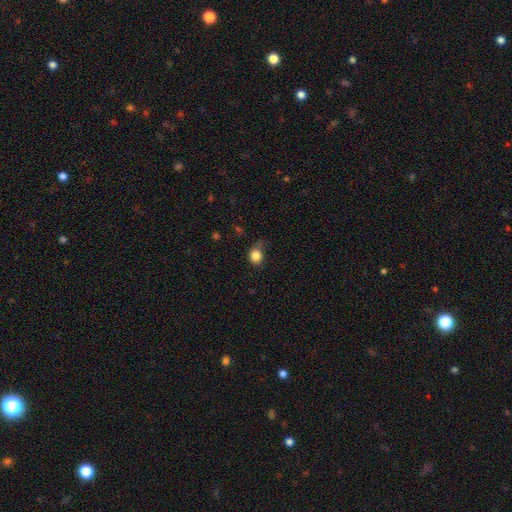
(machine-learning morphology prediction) Smooth or featured?
  - smooth: 83% *
  - star or artifact: 10%
  - featured or disk: 6%
How rounded?
  - round: 69% *
  - in between: 30%
  - cigar-shaped: 1%
Merging?
  - none: 50% *
  - minor disturbance: 33%
  - major disturbance: 14%
  - merger: 3%